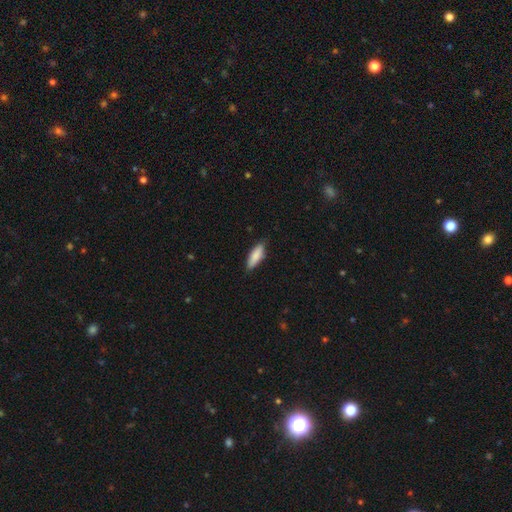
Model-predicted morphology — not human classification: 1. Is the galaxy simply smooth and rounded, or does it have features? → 85% smooth, 10% featured or disk, 6% star or artifact.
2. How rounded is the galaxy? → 54% in between, 44% cigar-shaped, 2% round.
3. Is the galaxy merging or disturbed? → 83% none, 13% minor disturbance, 2% major disturbance, 1% merger.